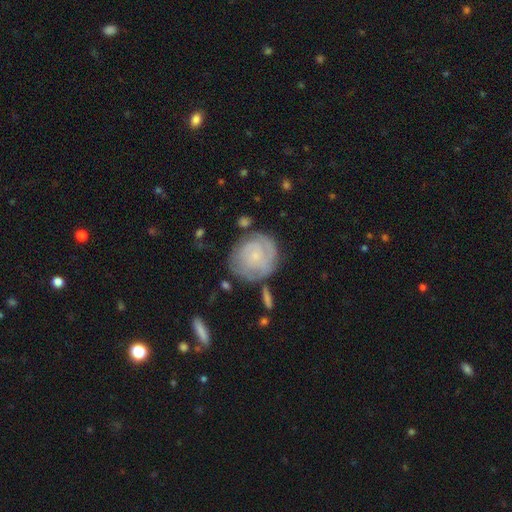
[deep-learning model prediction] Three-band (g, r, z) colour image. It shows a featured or disk galaxy (67%) with no bar (76%), tight (71%) spiral arms (87%) and a small central bulge (79%). Merging: none (65%).